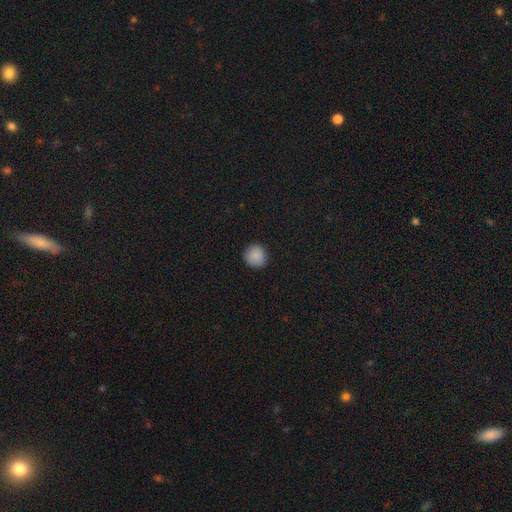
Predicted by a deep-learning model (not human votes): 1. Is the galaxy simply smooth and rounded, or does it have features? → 88% smooth, 9% star or artifact, 4% featured or disk.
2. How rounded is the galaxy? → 91% round, 8% in between, 1% cigar-shaped.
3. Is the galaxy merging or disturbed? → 89% none, 8% minor disturbance, 2% major disturbance, 1% merger.